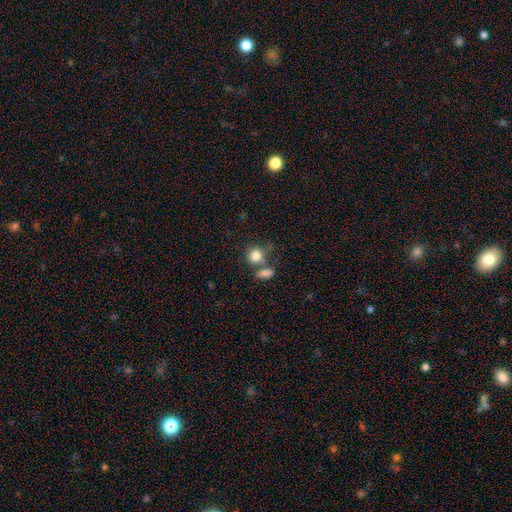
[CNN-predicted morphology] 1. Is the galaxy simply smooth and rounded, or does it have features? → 83% smooth, 9% star or artifact, 8% featured or disk.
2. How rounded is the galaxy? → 75% round, 23% in between, 2% cigar-shaped.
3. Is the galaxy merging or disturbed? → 52% none, 29% merger, 13% minor disturbance, 6% major disturbance.